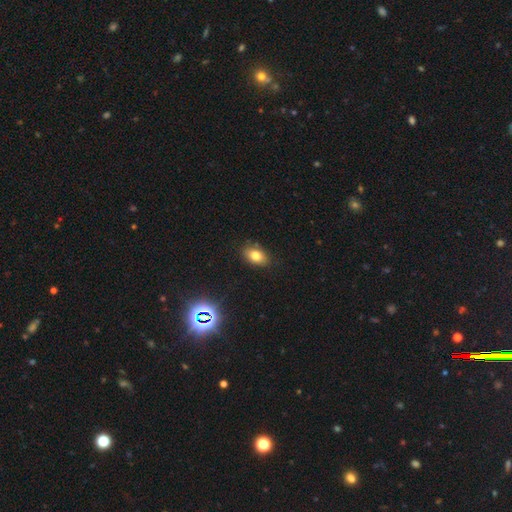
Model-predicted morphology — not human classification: smooth 77%, star or artifact 12%, featured or disk 11%. Down the decision tree: how rounded — in between (87%); merging — none (85%).